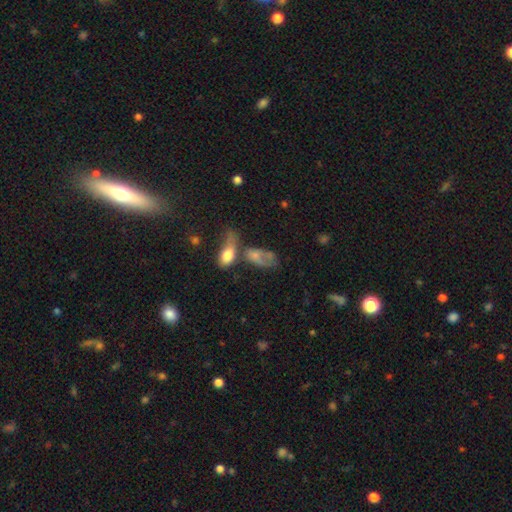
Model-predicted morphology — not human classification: smooth 54%, featured or disk 29%, star or artifact 16%. Down the decision tree: how rounded — in between (79%); merging — merger (36%).